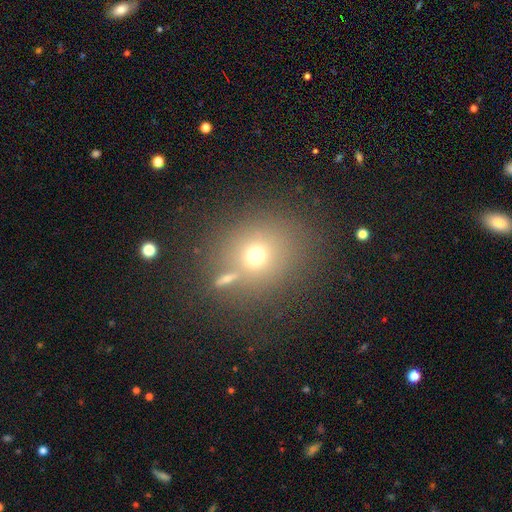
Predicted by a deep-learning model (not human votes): Morphology: type=smooth (67%); roundness=round (75%); merging=none (68%).